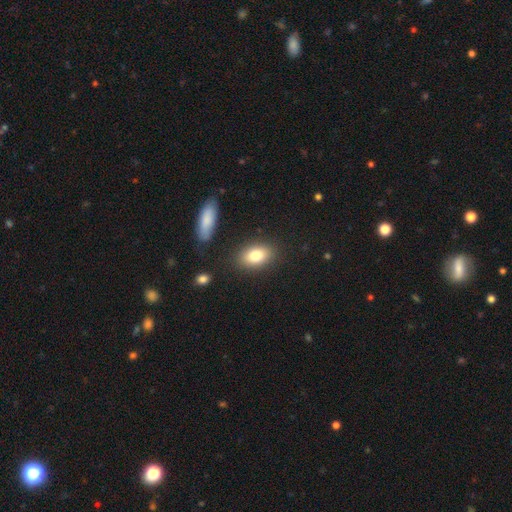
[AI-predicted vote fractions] smooth_or_featured: smooth (p=0.81) [alt: featured or disk p=0.12]
how_rounded: in between (p=0.87) [alt: round p=0.10]
merging: none (p=0.84) [alt: minor disturbance p=0.10]